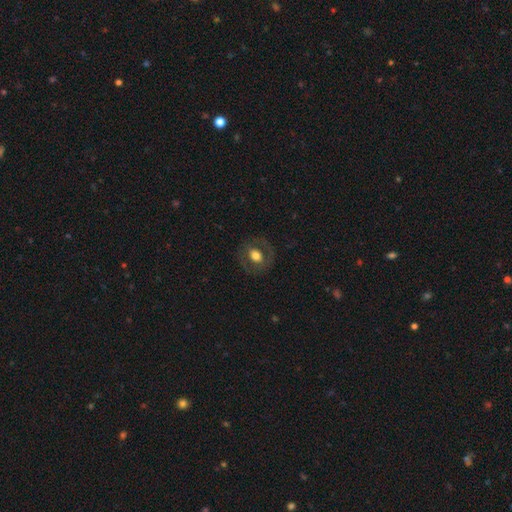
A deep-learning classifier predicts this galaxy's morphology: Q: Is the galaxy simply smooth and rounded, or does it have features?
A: smooth — 57%.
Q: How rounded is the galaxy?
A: round — 58%.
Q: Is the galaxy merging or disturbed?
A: none — 80%.